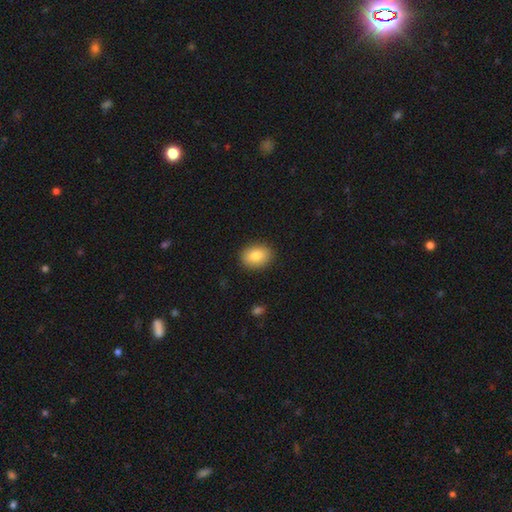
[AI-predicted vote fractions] smooth-or-featured: smooth: 84% | featured or disk: 9% | star or artifact: 8%
  how-rounded: in between: 64% | round: 35% | cigar-shaped: 1%
  merging: none: 89% | minor disturbance: 8% | major disturbance: 2% | merger: 1%